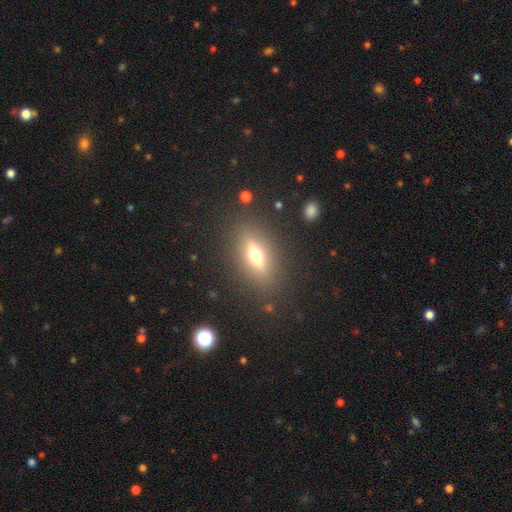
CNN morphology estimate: smooth-or-featured: smooth: 46% | featured or disk: 42% | star or artifact: 12%
  merging: none: 85% | minor disturbance: 9% | major disturbance: 5% | merger: 2%